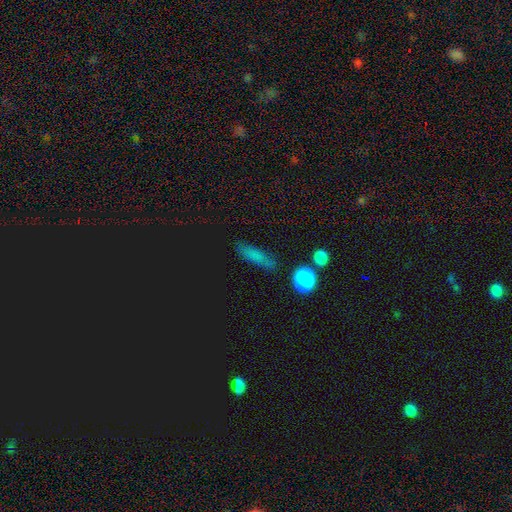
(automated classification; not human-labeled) Overall: smooth (69%). How rounded: cigar-shaped (58%; in between 34%). Merging: none (76%).